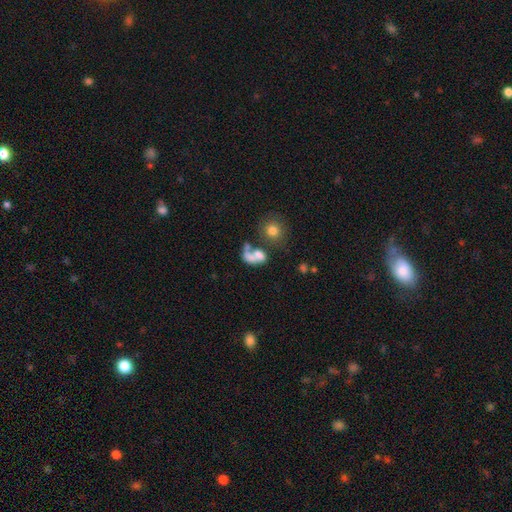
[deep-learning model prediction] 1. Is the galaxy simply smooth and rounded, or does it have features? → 58% smooth, 29% featured or disk, 14% star or artifact.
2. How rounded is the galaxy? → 71% in between, 26% round, 3% cigar-shaped.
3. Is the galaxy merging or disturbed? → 52% merger, 20% major disturbance, 18% none, 10% minor disturbance.